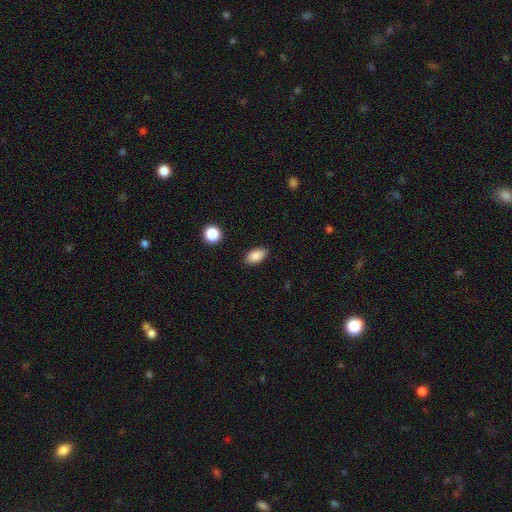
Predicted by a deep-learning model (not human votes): Morphology: type=smooth (87%); roundness=in between (92%); merging=none (87%).